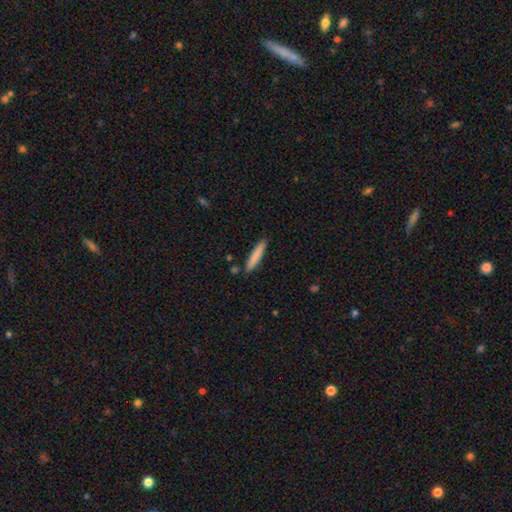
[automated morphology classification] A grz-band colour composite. It shows a smooth galaxy with no disk features (82%) that is cigar-shaped (91%). Merging: none (87%).